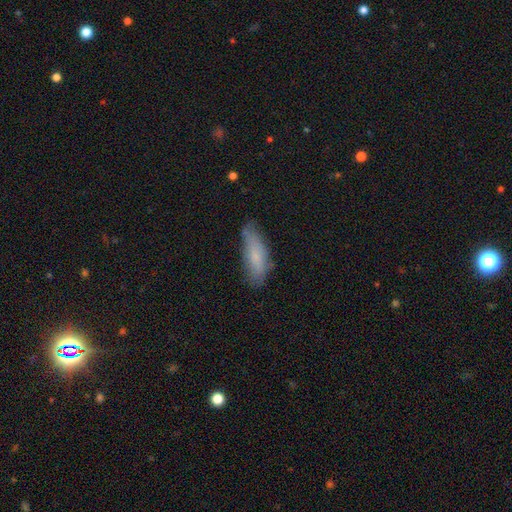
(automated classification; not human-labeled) Smooth or featured? smooth (74%)
How rounded? in between (58%)
Merging? none (65%)